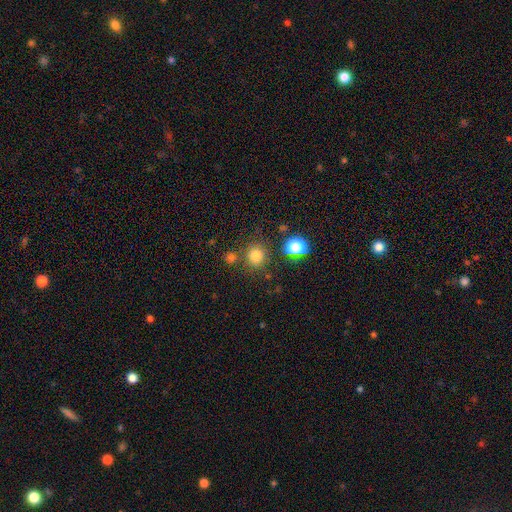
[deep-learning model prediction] Smooth or featured: smooth — 79% (star or artifact — 16%)
How rounded: round — 89% (in between — 10%)
Merging: none — 79% (minor disturbance — 9%)